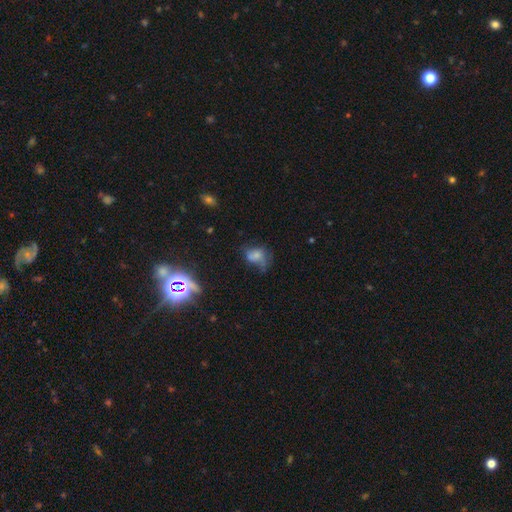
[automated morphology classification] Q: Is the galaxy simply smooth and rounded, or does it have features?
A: smooth — 55%.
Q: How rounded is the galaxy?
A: in between — 70%.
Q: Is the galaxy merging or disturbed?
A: major disturbance — 34%.